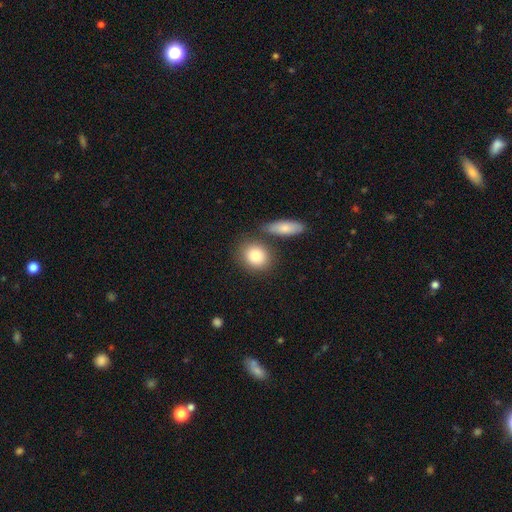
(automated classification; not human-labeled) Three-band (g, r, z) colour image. It shows a smooth galaxy with no disk features (85%) that is round (61%). Merging: none (70%).